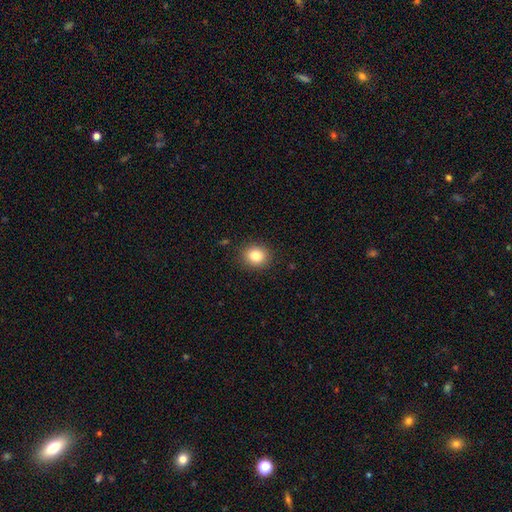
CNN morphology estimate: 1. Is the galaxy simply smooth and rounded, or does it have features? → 83% smooth, 10% star or artifact, 7% featured or disk.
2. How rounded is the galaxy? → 76% round, 23% in between, 1% cigar-shaped.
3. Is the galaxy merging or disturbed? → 89% none, 7% minor disturbance, 2% major disturbance, 1% merger.